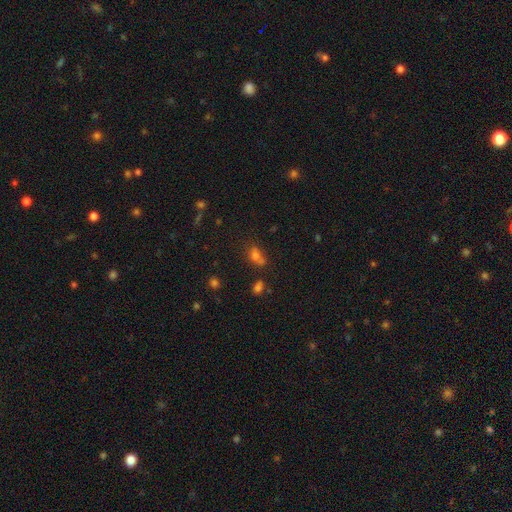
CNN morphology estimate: type=smooth (67%); roundness=in between (63%); merging=none (41%).